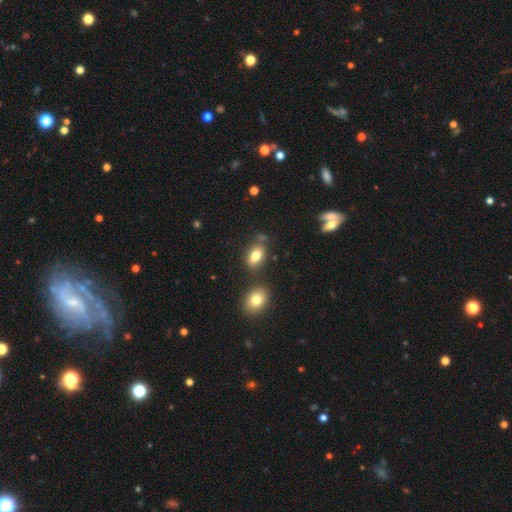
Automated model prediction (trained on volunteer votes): smooth 80%, featured or disk 11%, star or artifact 9%. Down the decision tree: how rounded — in between (89%); merging — none (70%).